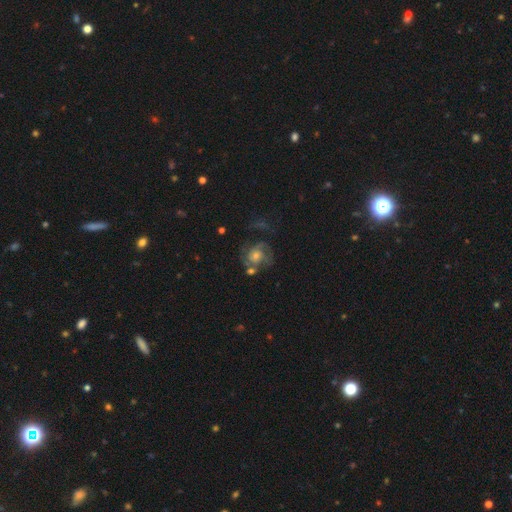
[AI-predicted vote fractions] This appears to be a featured or disk galaxy (76%) with no bar (74%), 2 (56%) medium (44%) spiral arms (89%) and a moderate central bulge (49%). Merging: none (51%).